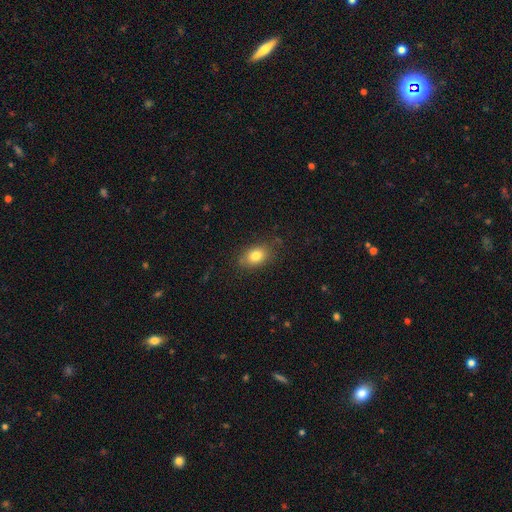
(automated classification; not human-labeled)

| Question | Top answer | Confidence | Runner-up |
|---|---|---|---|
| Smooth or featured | smooth | 81% | star or artifact (10%) |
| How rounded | in between | 76% | round (22%) |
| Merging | none | 80% | minor disturbance (14%) |